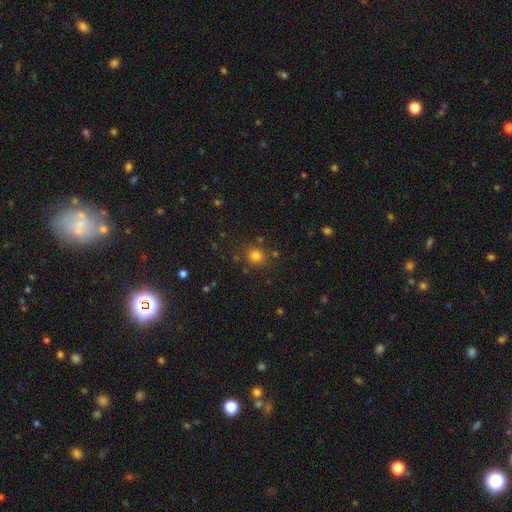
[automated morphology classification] Q: Smooth or featured?
A: smooth (78%); runner-up: star or artifact (15%)
Q: How rounded?
A: round (80%); runner-up: in between (20%)
Q: Merging?
A: none (83%); runner-up: minor disturbance (10%)